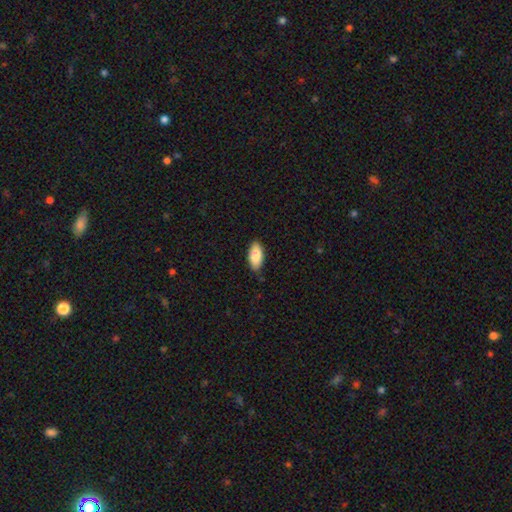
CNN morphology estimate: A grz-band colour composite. It shows a smooth galaxy with no disk features (85%) that is in between round and cigar-shaped (91%). Merging: none (84%).